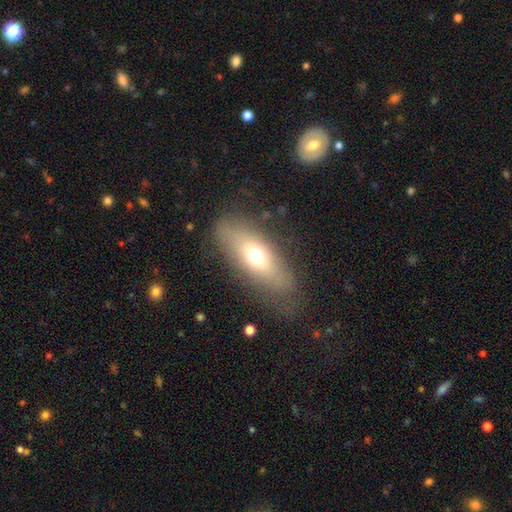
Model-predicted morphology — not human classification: A smooth galaxy with no disk features (62%) that is in between round and cigar-shaped (74%).

Vote fractions:
- Smooth or featured? smooth: 62% / featured or disk: 29% / star or artifact: 9%
- How rounded? in between: 74% / cigar-shaped: 21% / round: 5%
- Merging? none: 73% / minor disturbance: 16% / major disturbance: 9% / merger: 1%